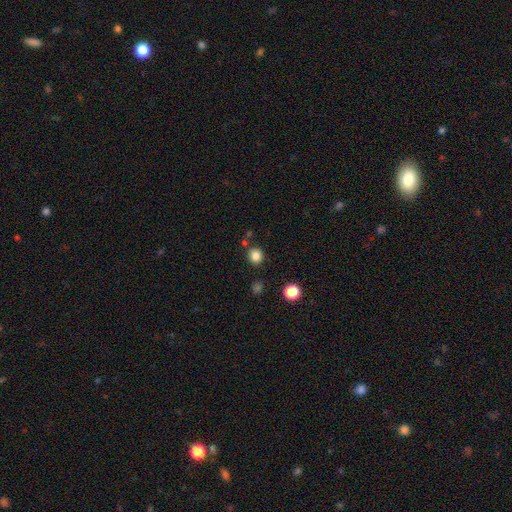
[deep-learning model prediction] Smooth or featured? Predicted: smooth (p=0.83). How rounded? Predicted: round (p=0.86). Merging? Predicted: none (p=0.83).